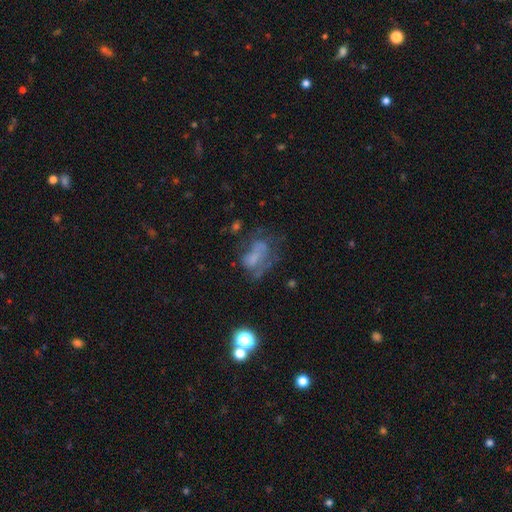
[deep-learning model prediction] A featured or disk galaxy (45%). Merging: major disturbance (38%).